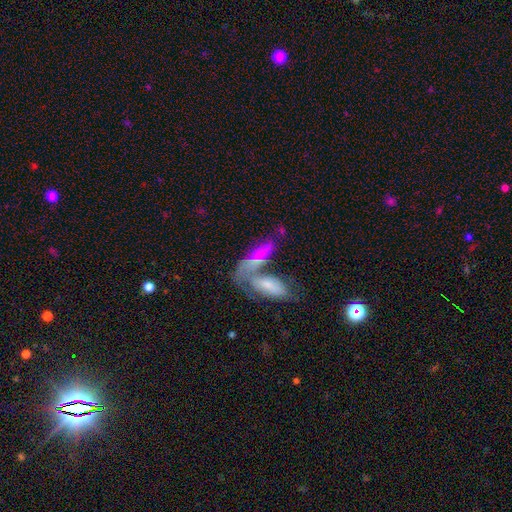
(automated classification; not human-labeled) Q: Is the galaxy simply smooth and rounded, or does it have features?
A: smooth — 59%.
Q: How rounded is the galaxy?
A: in between — 61%.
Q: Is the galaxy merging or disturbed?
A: merger — 55%.